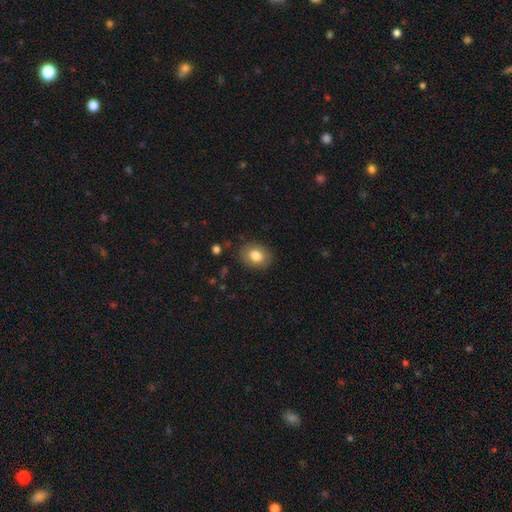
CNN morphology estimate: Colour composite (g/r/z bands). It shows a smooth galaxy with no disk features (82%) that is in between round and cigar-shaped (57%). Merging: none (86%).